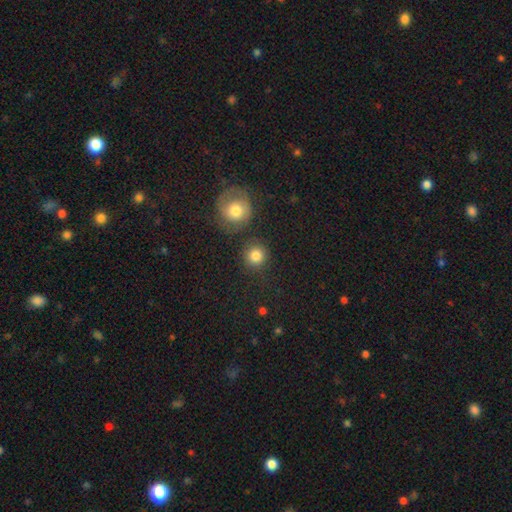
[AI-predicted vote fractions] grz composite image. It shows a smooth galaxy with no disk features (84%) that is round (92%). Merging: none (78%).